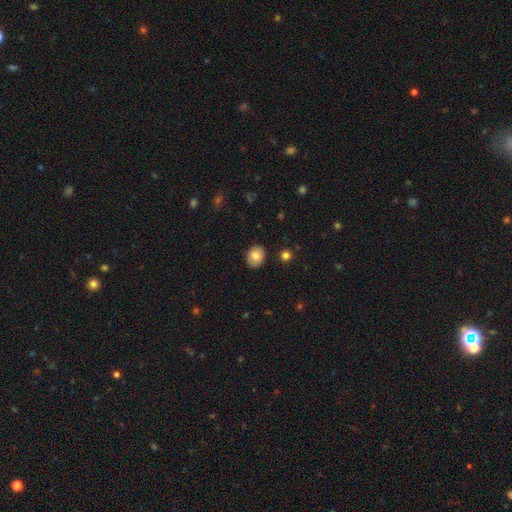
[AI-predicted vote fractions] Overall: smooth (81%). How rounded: round (51%; in between 48%). Merging: none (88%).